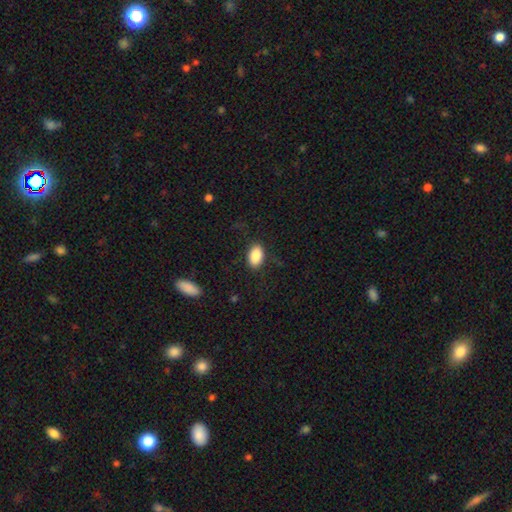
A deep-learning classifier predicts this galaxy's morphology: smooth 88%, star or artifact 7%, featured or disk 5%. Down the decision tree: how rounded — in between (91%); merging — none (85%).